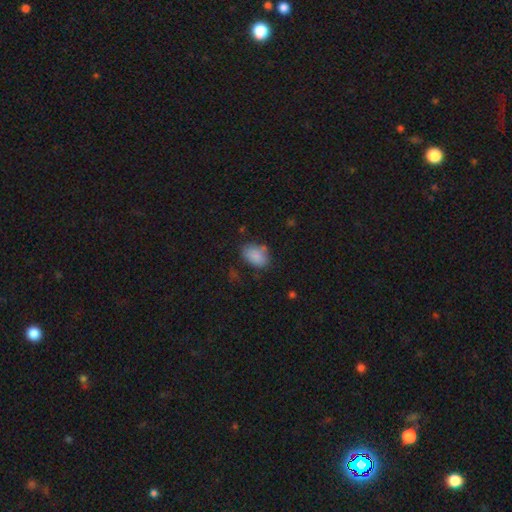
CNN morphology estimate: Smooth or featured? smooth (87%)
How rounded? in between (85%)
Merging? none (69%)